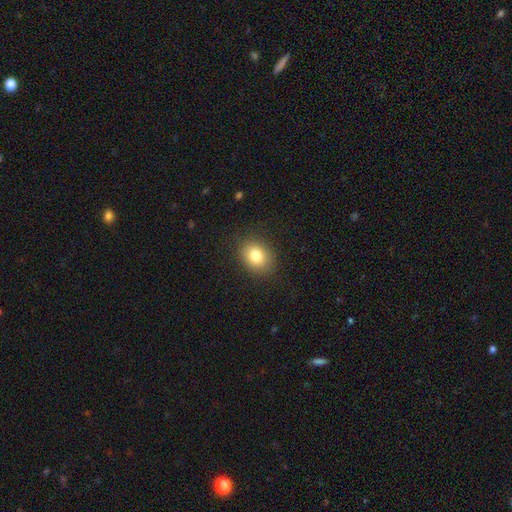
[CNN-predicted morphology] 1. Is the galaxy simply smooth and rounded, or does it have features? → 81% smooth, 10% star or artifact, 9% featured or disk.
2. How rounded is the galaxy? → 53% round, 47% in between, 1% cigar-shaped.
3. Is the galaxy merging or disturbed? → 87% none, 9% minor disturbance, 3% major disturbance, 1% merger.